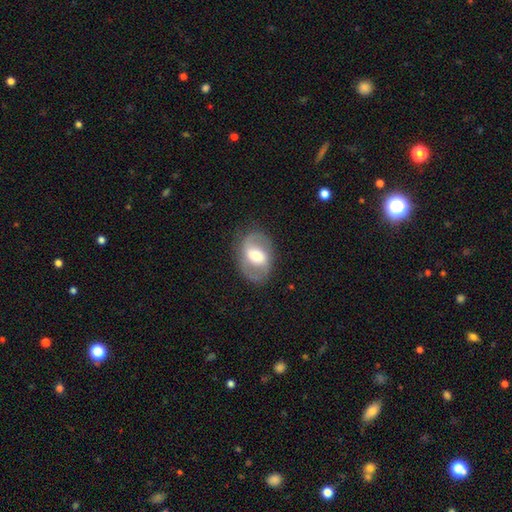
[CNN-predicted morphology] Smooth or featured? featured or disk (69%)
Edge-on disk? no (95%)
Bar? weak (41%)
Spiral arms? yes (75%)
Bulge size? moderate (60%)
Merging? none (79%)